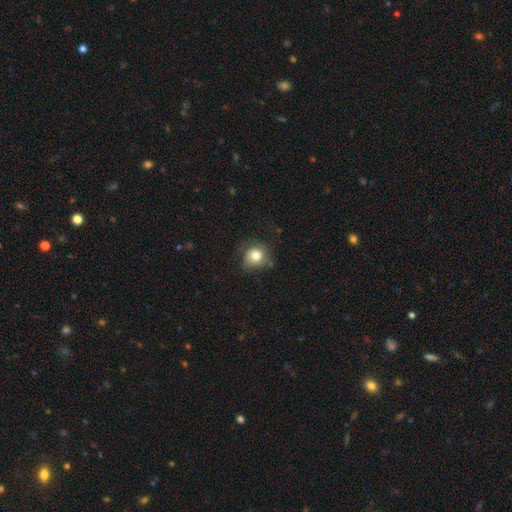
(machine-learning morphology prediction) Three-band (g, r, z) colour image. It shows a smooth galaxy with no disk features (78%) that is round (82%). Merging: none (65%).